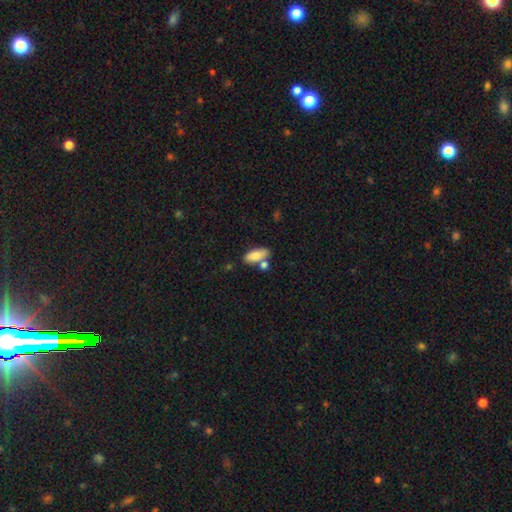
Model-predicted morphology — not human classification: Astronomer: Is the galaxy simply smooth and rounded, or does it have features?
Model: smooth — 81%.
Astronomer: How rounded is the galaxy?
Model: in between — 82%.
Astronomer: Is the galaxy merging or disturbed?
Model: none — 59%.